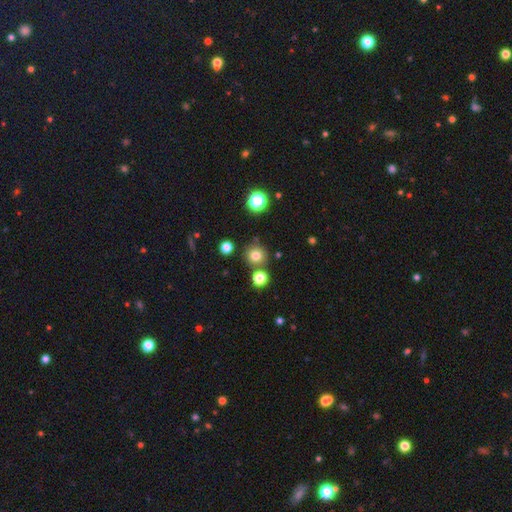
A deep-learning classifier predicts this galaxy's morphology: smooth 77%, star or artifact 16%, featured or disk 7%. Down the decision tree: how rounded — round (91%); merging — none (80%).